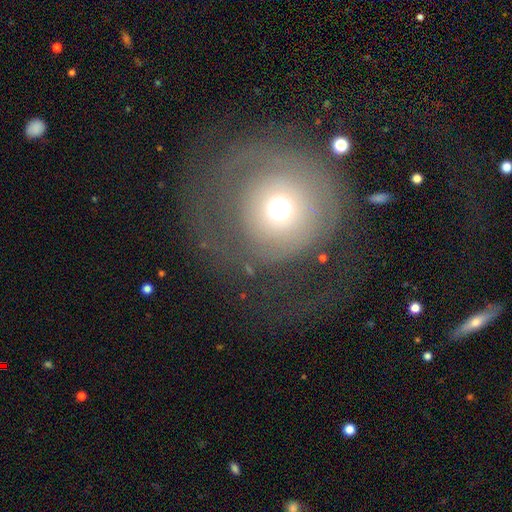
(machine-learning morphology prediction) smooth-or-featured: smooth: 45% | featured or disk: 41% | star or artifact: 14%
  merging: none: 47% | major disturbance: 35% | minor disturbance: 15% | merger: 3%